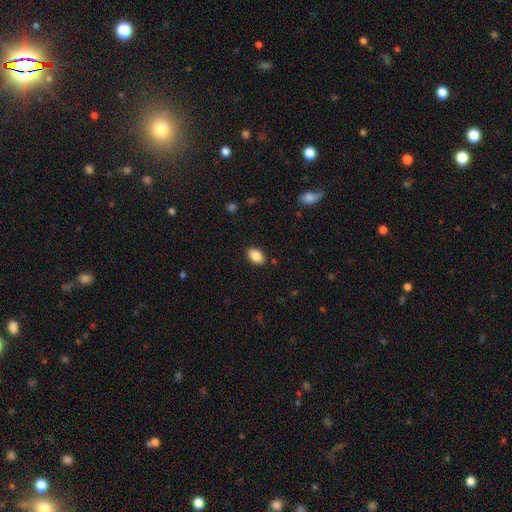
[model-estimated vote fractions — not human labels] Smooth or featured? smooth (88%)
How rounded? in between (88%)
Merging? none (88%)